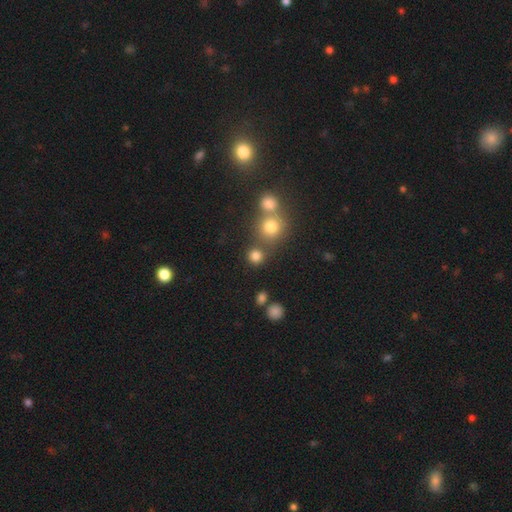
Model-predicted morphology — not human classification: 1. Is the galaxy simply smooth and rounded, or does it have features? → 79% smooth, 15% star or artifact, 6% featured or disk.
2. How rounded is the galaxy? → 89% round, 10% in between, 1% cigar-shaped.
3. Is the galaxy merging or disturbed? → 69% none, 20% merger, 8% minor disturbance, 4% major disturbance.